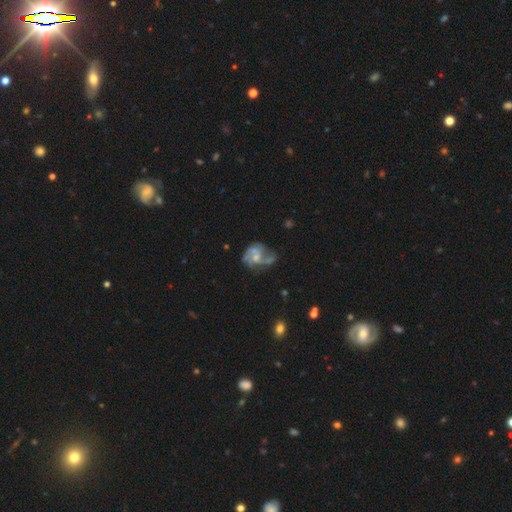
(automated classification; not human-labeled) Morphology: type=featured or disk (72%); edge-on=no (98%); bar=no (64%); spiral arms=yes (75%); winding=medium (46%); arm count=2 (41%); bulge=small (42%); merging=none (41%).